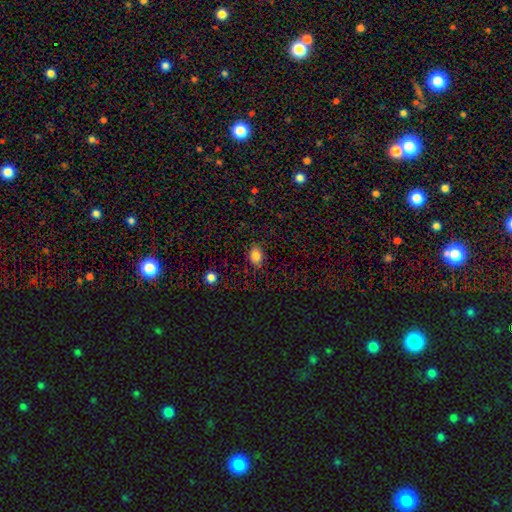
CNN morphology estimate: A smooth galaxy with no disk features (83%) that is in between round and cigar-shaped (71%).

Vote fractions:
- Smooth or featured? smooth: 83% / star or artifact: 11% / featured or disk: 6%
- How rounded? in between: 71% / round: 27% / cigar-shaped: 1%
- Merging? none: 83% / minor disturbance: 13% / major disturbance: 3% / merger: 1%